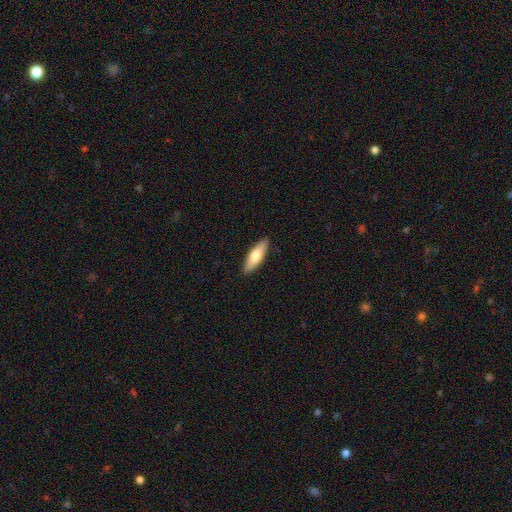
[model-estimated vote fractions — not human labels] Smooth or featured? Predicted: smooth (p=0.66). How rounded? Predicted: cigar-shaped (p=0.50). Merging? Predicted: none (p=0.90).